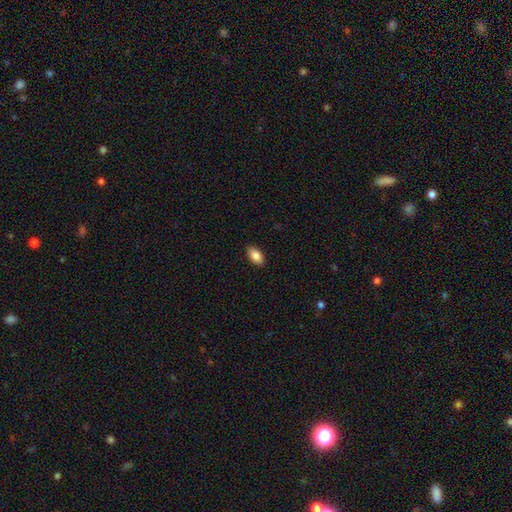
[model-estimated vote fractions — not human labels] This appears to be a smooth galaxy with no disk features (86%) that is in between round and cigar-shaped (93%). Merging: none (88%).